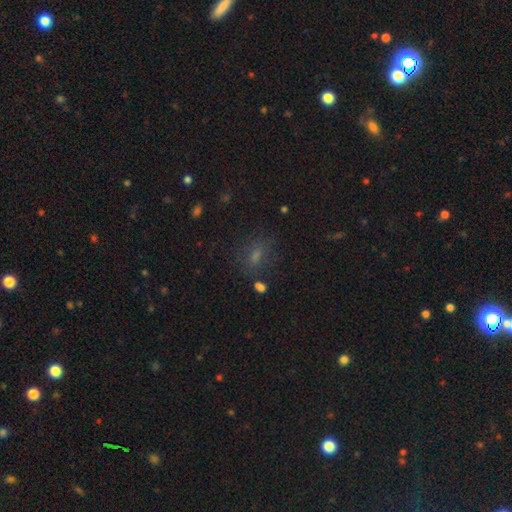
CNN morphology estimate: This is possibly a smooth galaxy (56%). How rounded: likely in between (63%). Merging: likely none (73%).